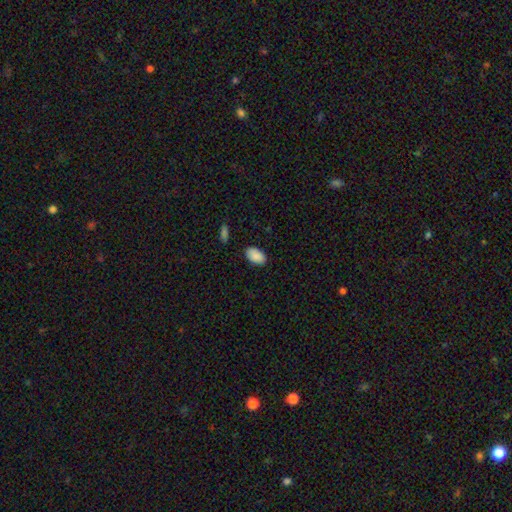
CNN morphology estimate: Smooth or featured?
  - smooth: 89% *
  - star or artifact: 7%
  - featured or disk: 4%
How rounded?
  - in between: 93% *
  - round: 6%
  - cigar-shaped: 1%
Merging?
  - none: 85% *
  - minor disturbance: 11%
  - major disturbance: 2%
  - merger: 2%